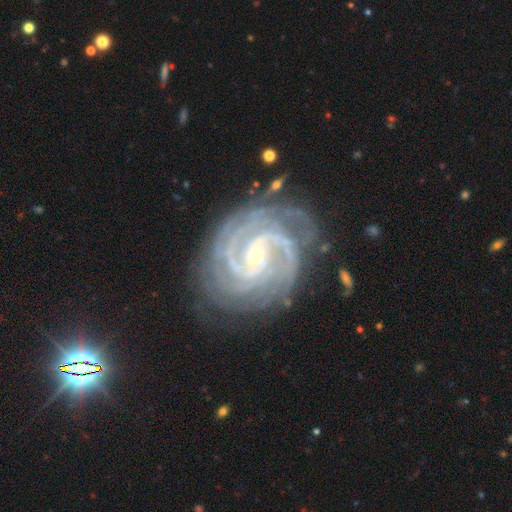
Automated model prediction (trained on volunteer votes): This is clearly a featured or disk galaxy (92%). It is clearly not viewed edge-on (98%). Bar: possibly no (46%). Spiral arm pattern: clearly yes (99%). Spiral arm count: marginally 4 (22%, tied with 3 and 2). Spiral winding: likely tight (74%). Central bulge: likely small (77%). Merging: likely none (77%).